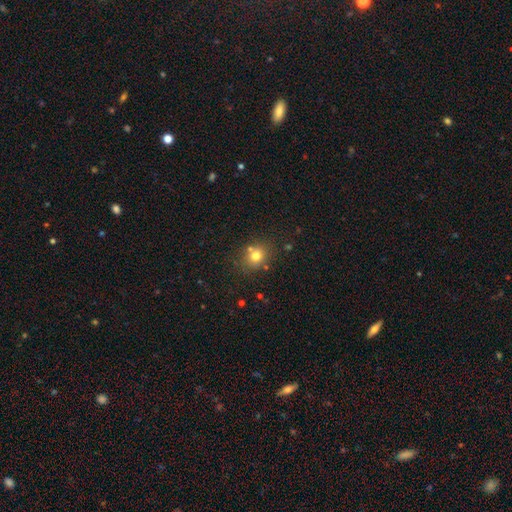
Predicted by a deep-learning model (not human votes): Smooth or featured?
  - smooth: 75% *
  - star or artifact: 15%
  - featured or disk: 10%
How rounded?
  - round: 76% *
  - in between: 23%
  - cigar-shaped: 1%
Merging?
  - none: 73% *
  - merger: 12%
  - minor disturbance: 11%
  - major disturbance: 4%